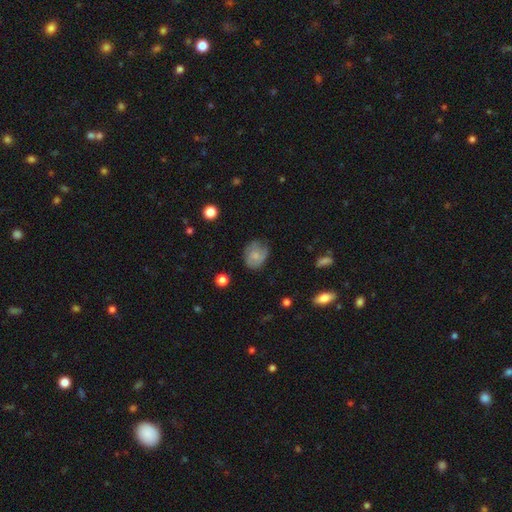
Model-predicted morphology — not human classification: smooth_or_featured: smooth (p=0.61) [alt: featured or disk p=0.31]
how_rounded: round (p=0.54) [alt: in between p=0.45]
merging: none (p=0.63) [alt: minor disturbance p=0.27]